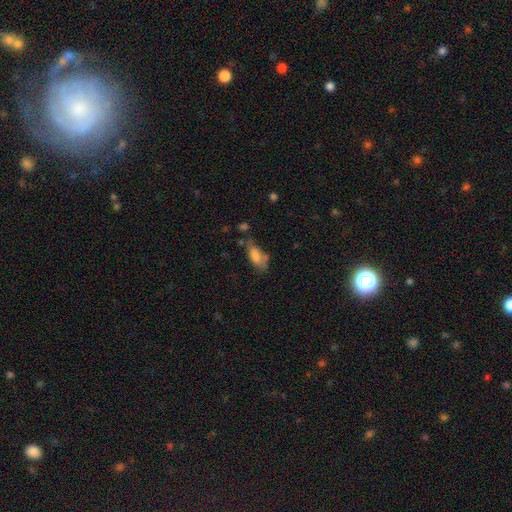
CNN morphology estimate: A smooth galaxy with no disk features (71%) that is in between round and cigar-shaped (81%).

Vote fractions:
- Smooth or featured? smooth: 71% / featured or disk: 19% / star or artifact: 10%
- How rounded? in between: 81% / cigar-shaped: 15% / round: 3%
- Merging? none: 40% / minor disturbance: 29% / major disturbance: 18% / merger: 13%